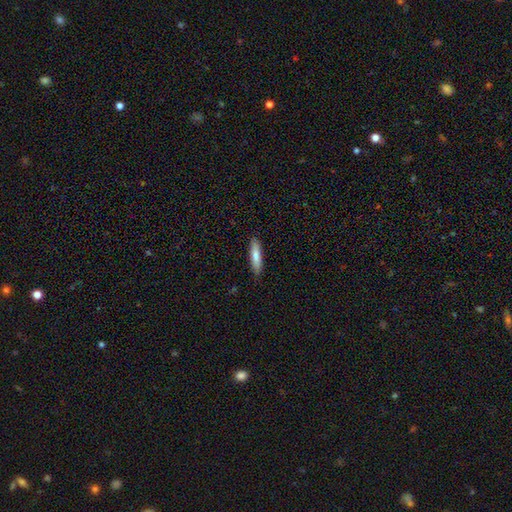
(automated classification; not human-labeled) This is likely a smooth galaxy (74%). How rounded: likely cigar-shaped (76%). Merging: clearly none (88%).